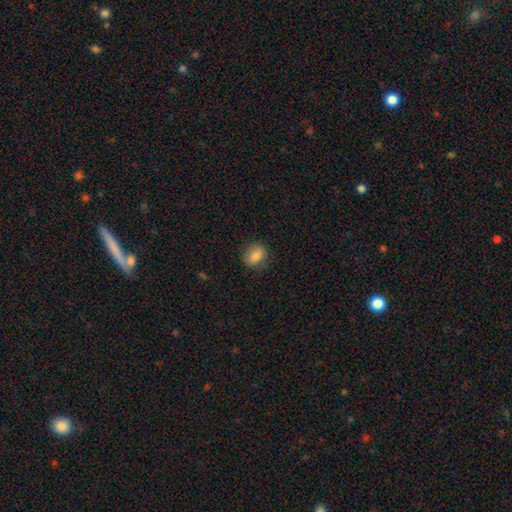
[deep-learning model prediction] Smooth or featured? Predicted: smooth (p=0.82). How rounded? Predicted: round (p=0.49, tied with in between). Merging? Predicted: none (p=0.81).